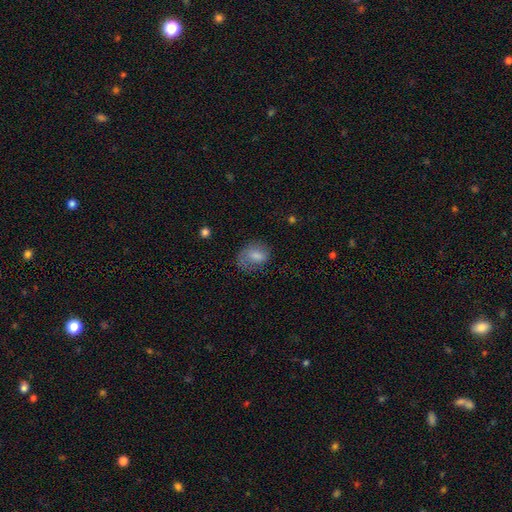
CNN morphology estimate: type=smooth (73%); roundness=in between (66%); merging=none (52%).